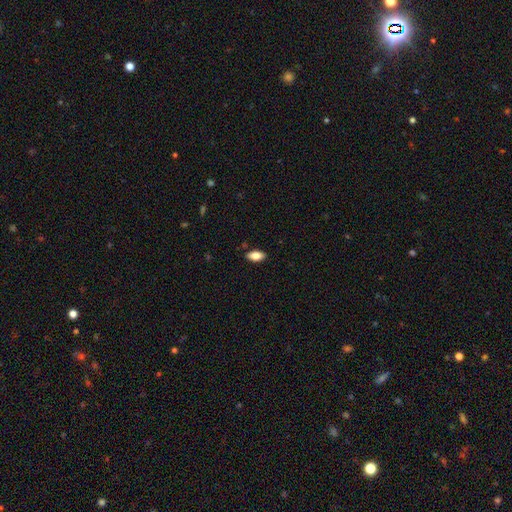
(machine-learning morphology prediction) smooth_or_featured: smooth (p=0.82) [alt: featured or disk p=0.10]
how_rounded: in between (p=0.92) [alt: cigar-shaped p=0.05]
merging: none (p=0.87) [alt: minor disturbance p=0.09]